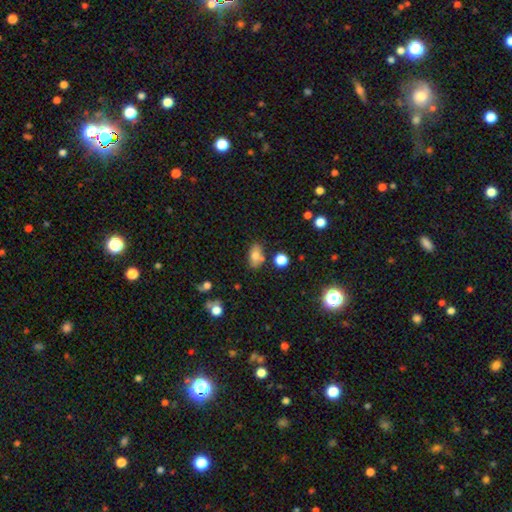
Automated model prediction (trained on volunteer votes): Overall: smooth (75%). How rounded: in between (84%). Merging: none (66%).